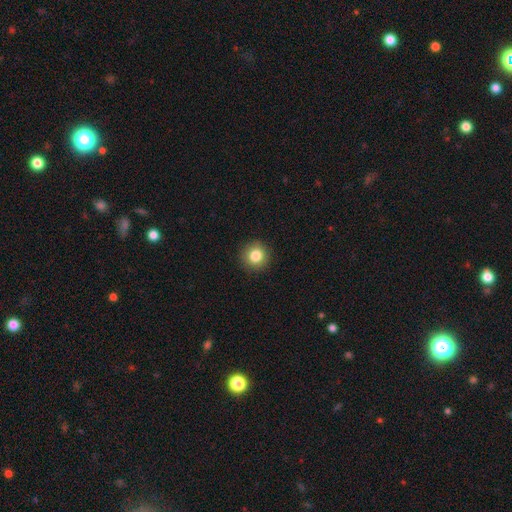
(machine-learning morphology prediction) A smooth galaxy with no disk features (83%) that is round (93%). Merging: none (92%).